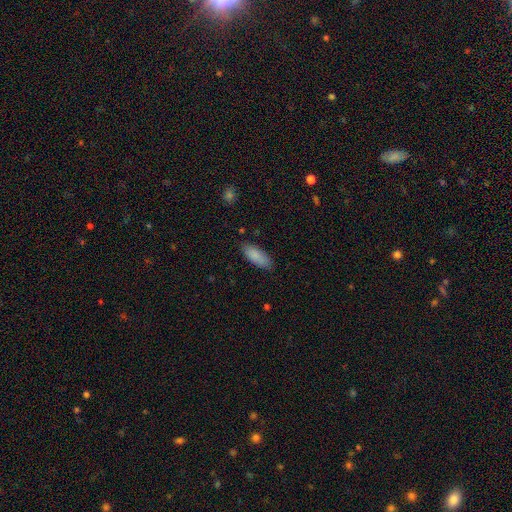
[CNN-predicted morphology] Overall: smooth (88%). How rounded: in between (75%). Merging: none (83%).